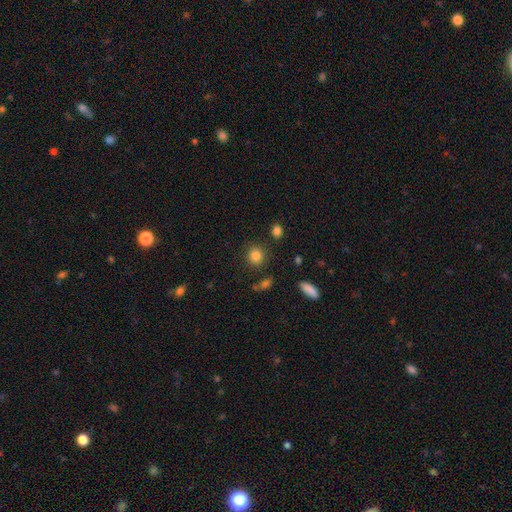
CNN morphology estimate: A smooth galaxy with no disk features (84%) that is round (84%). Merging: none (85%).